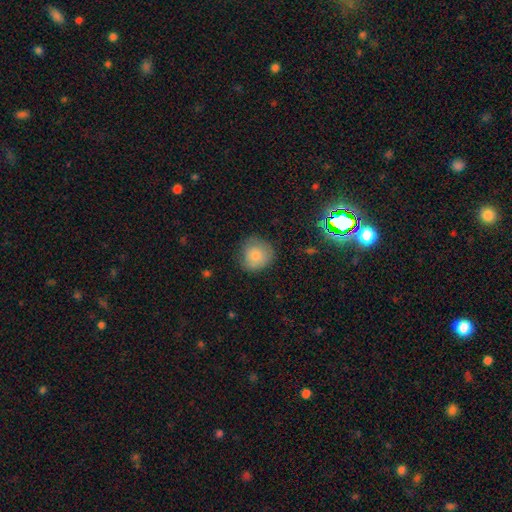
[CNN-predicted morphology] smooth_or_featured: smooth (p=0.81) [alt: featured or disk p=0.10]
how_rounded: round (p=0.87) [alt: in between p=0.12]
merging: none (p=0.73) [alt: minor disturbance p=0.21]